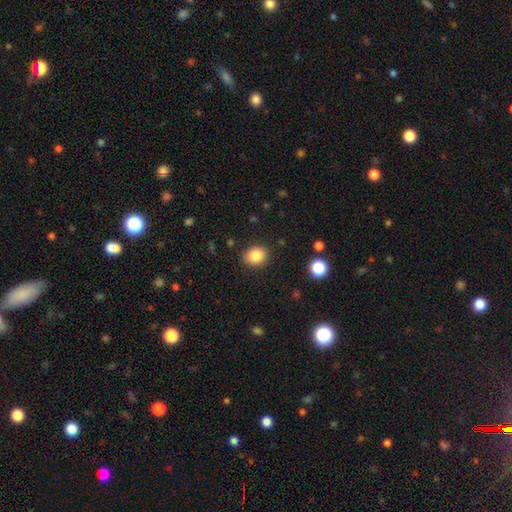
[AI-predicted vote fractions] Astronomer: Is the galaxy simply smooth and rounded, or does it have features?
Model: smooth — 85%.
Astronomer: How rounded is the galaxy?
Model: round — 56% (runner-up: in between, 44%).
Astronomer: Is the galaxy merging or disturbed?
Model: none — 87%.